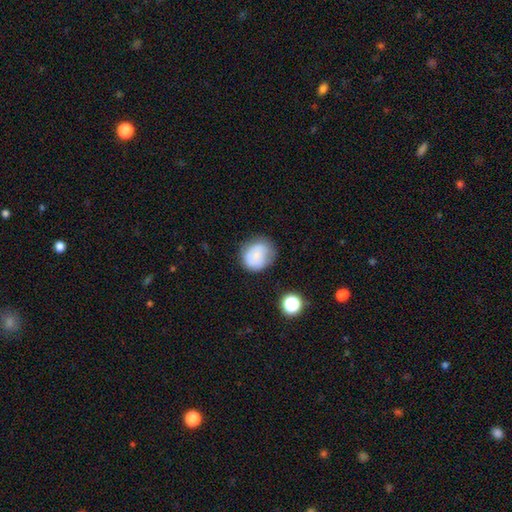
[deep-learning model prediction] A smooth galaxy with no disk features (71%) that is round (68%). Merging: none (60%).